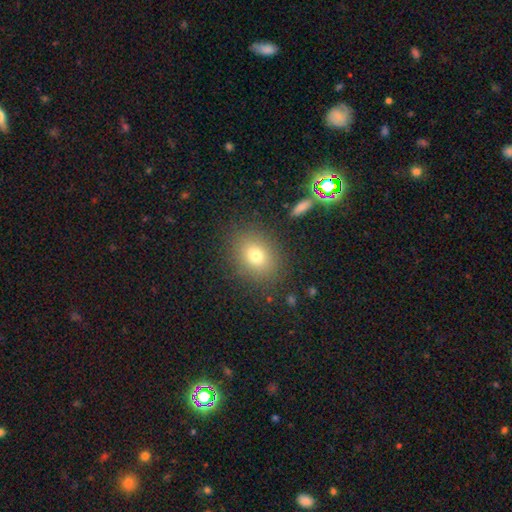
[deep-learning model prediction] The model was most divided on "how rounded": in between: 50%, round: 49%, cigar-shaped: 1%. More confident: merging — none (86%); smooth or featured — smooth (75%).